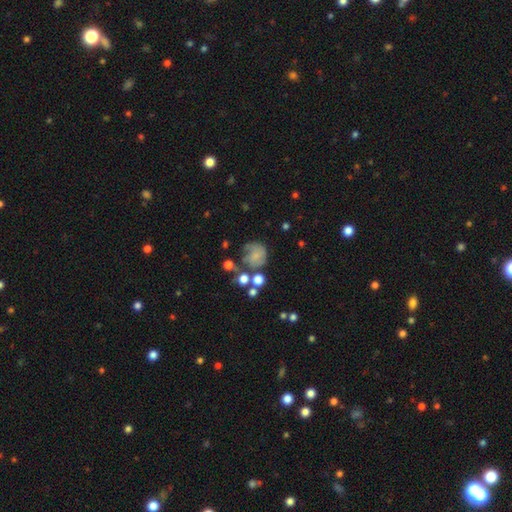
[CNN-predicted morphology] The model was most divided on "merging": none: 46%, minor disturbance: 23%, major disturbance: 19%, merger: 12%. More confident: how rounded — round (79%); smooth or featured — smooth (57%).